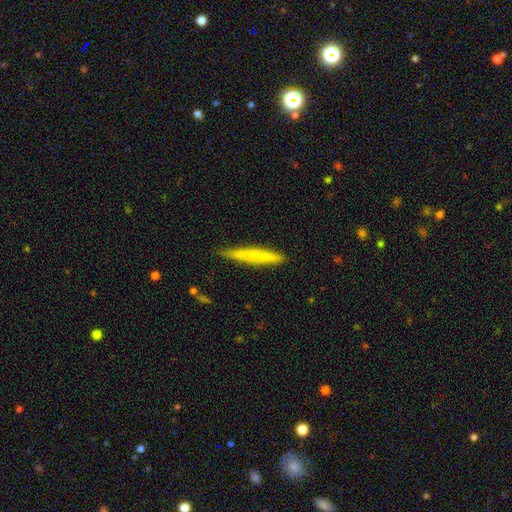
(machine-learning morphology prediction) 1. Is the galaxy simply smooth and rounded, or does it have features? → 67% smooth, 28% featured or disk, 6% star or artifact.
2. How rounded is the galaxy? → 96% cigar-shaped, 3% in between, 1% round.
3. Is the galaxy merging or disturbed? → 87% none, 10% minor disturbance, 2% major disturbance, 1% merger.